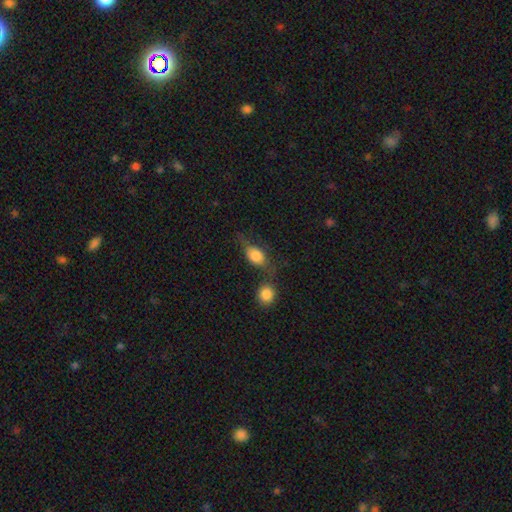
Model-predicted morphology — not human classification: Smooth or featured: smooth — 73% (featured or disk — 18%)
How rounded: in between — 69% (round — 24%)
Merging: none — 43% (merger — 22%)